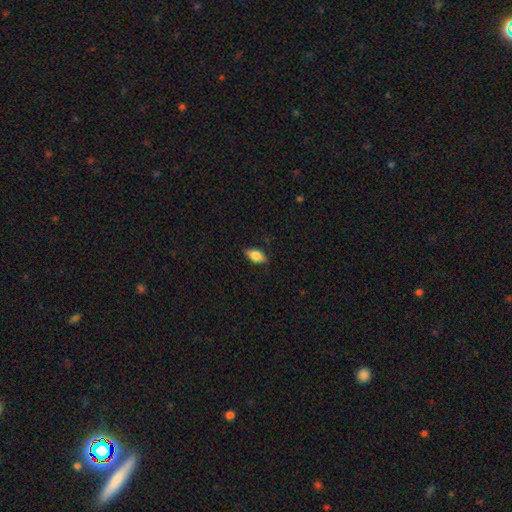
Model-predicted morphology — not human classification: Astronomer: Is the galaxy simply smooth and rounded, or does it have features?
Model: smooth — 77%.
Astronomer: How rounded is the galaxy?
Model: in between — 87%.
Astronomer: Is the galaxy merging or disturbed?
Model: none — 84%.